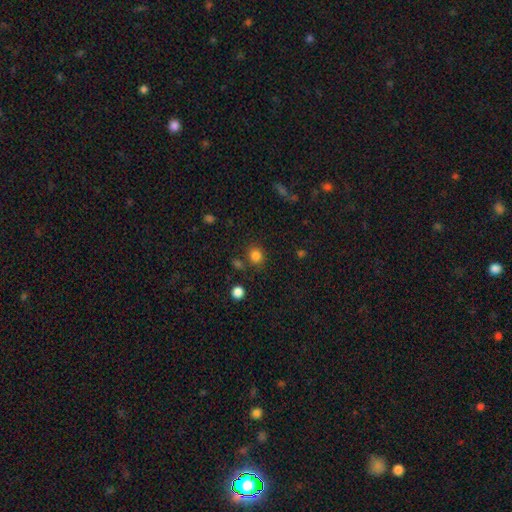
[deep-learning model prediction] smooth-or-featured: smooth: 82% | star or artifact: 13% | featured or disk: 5%
  how-rounded: round: 77% | in between: 22% | cigar-shaped: 1%
  merging: none: 77% | minor disturbance: 10% | merger: 9% | major disturbance: 4%